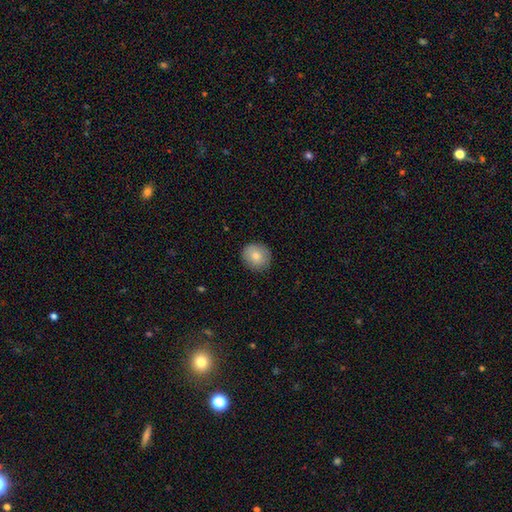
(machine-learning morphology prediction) Smooth or featured?
  - smooth: 81% *
  - featured or disk: 11%
  - star or artifact: 7%
How rounded?
  - round: 85% *
  - in between: 14%
  - cigar-shaped: 1%
Merging?
  - none: 88% *
  - minor disturbance: 9%
  - major disturbance: 2%
  - merger: 1%